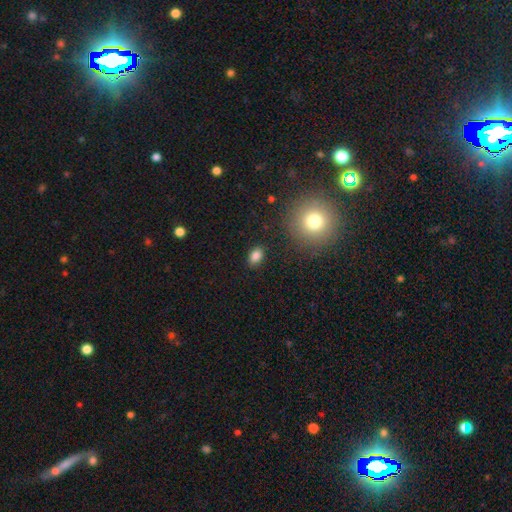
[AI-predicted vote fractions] Morphology: type=smooth (83%); roundness=in between (82%); merging=none (87%).